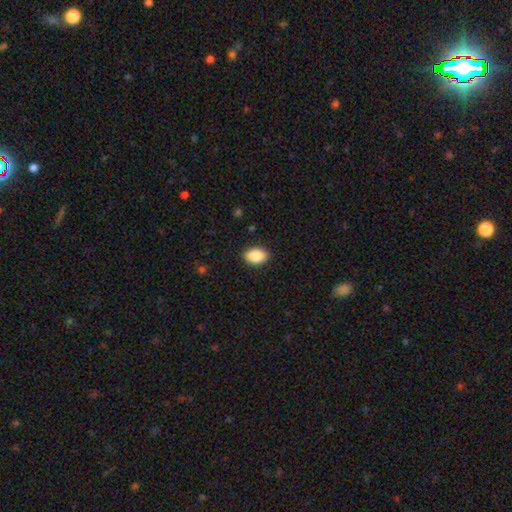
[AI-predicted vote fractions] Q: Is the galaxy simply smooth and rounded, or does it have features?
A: smooth — 88%.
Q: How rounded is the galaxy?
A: in between — 84%.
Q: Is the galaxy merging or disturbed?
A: none — 89%.